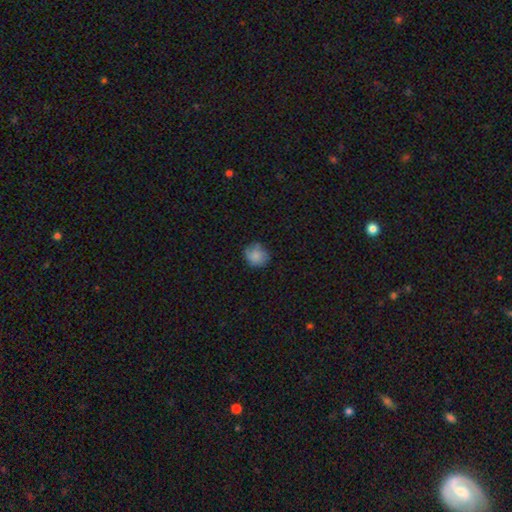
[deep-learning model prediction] Q: Smooth or featured?
A: smooth (79%); runner-up: featured or disk (12%)
Q: How rounded?
A: round (80%); runner-up: in between (19%)
Q: Merging?
A: none (70%); runner-up: minor disturbance (23%)